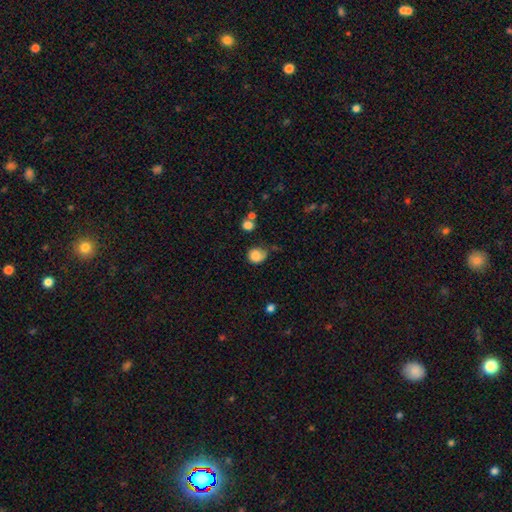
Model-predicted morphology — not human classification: A smooth galaxy with no disk features (81%) that is round (74%). Merging: none (46%).